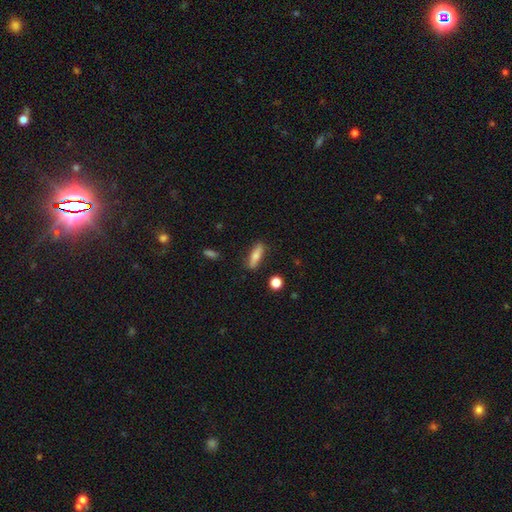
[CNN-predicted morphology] Q: Smooth or featured?
A: smooth (70%); runner-up: featured or disk (23%)
Q: How rounded?
A: cigar-shaped (63%); runner-up: in between (34%)
Q: Merging?
A: none (85%); runner-up: minor disturbance (11%)